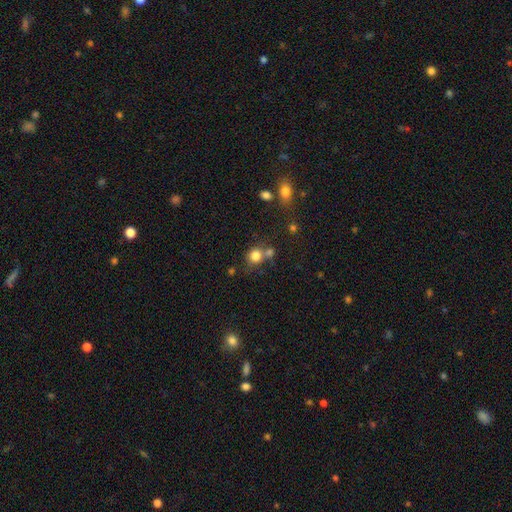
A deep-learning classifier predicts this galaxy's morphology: Smooth or featured? smooth (81%)
How rounded? round (84%)
Merging? none (56%)